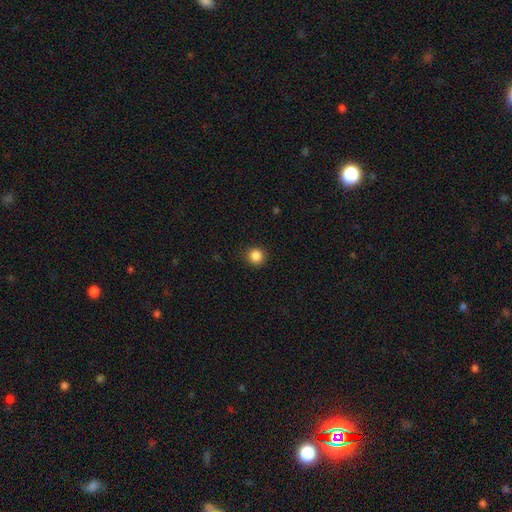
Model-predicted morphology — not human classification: A smooth galaxy with no disk features (86%) that is round (92%).

Vote fractions:
- Smooth or featured? smooth: 86% / star or artifact: 11% / featured or disk: 3%
- How rounded? round: 92% / in between: 7% / cigar-shaped: 1%
- Merging? none: 90% / minor disturbance: 6% / major disturbance: 2% / merger: 1%